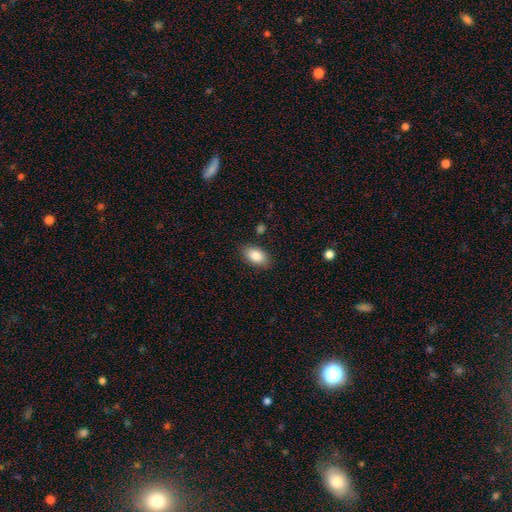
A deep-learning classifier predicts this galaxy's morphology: Q: Smooth or featured?
A: smooth (85%); runner-up: featured or disk (8%)
Q: How rounded?
A: in between (92%); runner-up: round (6%)
Q: Merging?
A: none (85%); runner-up: minor disturbance (11%)